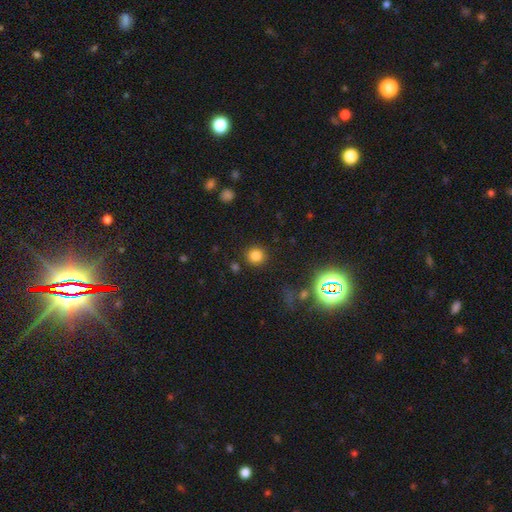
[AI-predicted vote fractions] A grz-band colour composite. It shows a smooth galaxy with no disk features (80%) that is round (91%). Merging: none (87%).